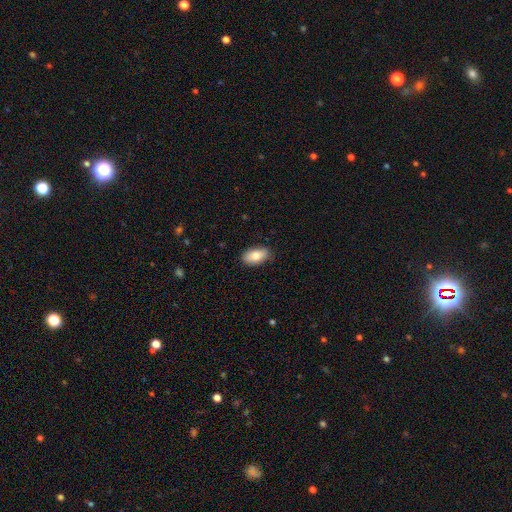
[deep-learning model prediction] A smooth galaxy with no disk features (82%) that is in between round and cigar-shaped (92%).

Vote fractions:
- Smooth or featured? smooth: 82% / featured or disk: 11% / star or artifact: 7%
- How rounded? in between: 92% / cigar-shaped: 4% / round: 4%
- Merging? none: 83% / minor disturbance: 13% / major disturbance: 2% / merger: 1%